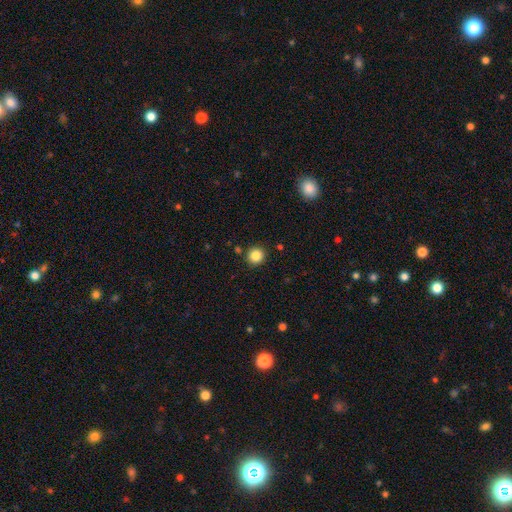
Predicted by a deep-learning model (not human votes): Smooth or featured? Predicted: smooth (p=0.86). How rounded? Predicted: round (p=0.92). Merging? Predicted: none (p=0.89).